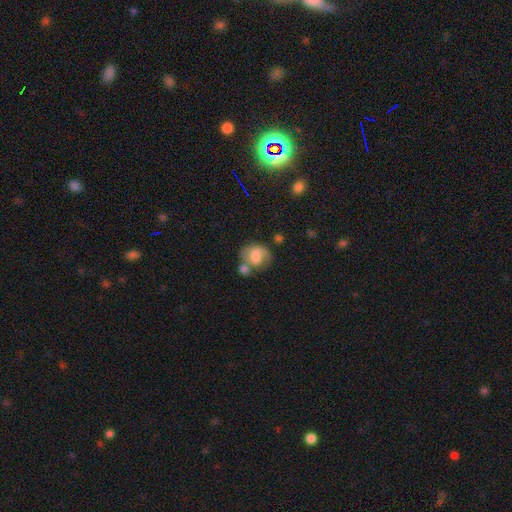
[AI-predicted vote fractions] Overall: smooth (47%; featured or disk 44%). Merging: none (41%; merger 27%).